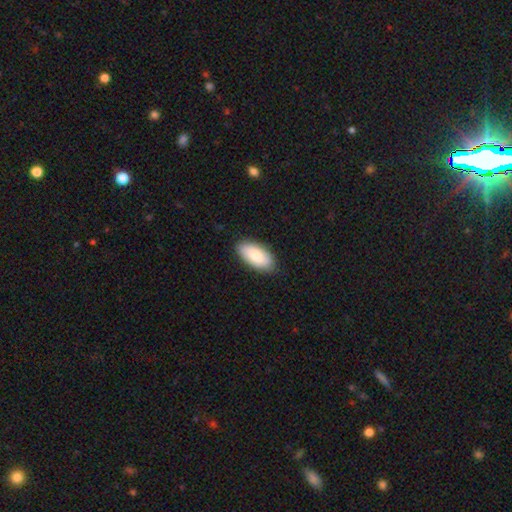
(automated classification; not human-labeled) Smooth or featured: smooth — 80% (featured or disk — 14%)
How rounded: in between — 93% (cigar-shaped — 5%)
Merging: none — 85% (minor disturbance — 12%)